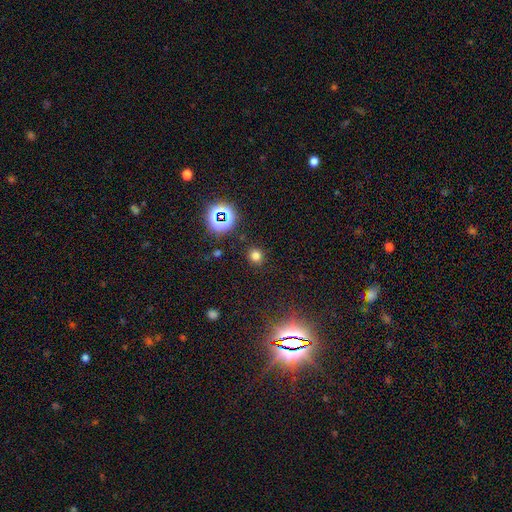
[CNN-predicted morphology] Smooth or featured? Predicted: smooth (p=0.71). How rounded? Predicted: round (p=0.87). Merging? Predicted: none (p=0.88).